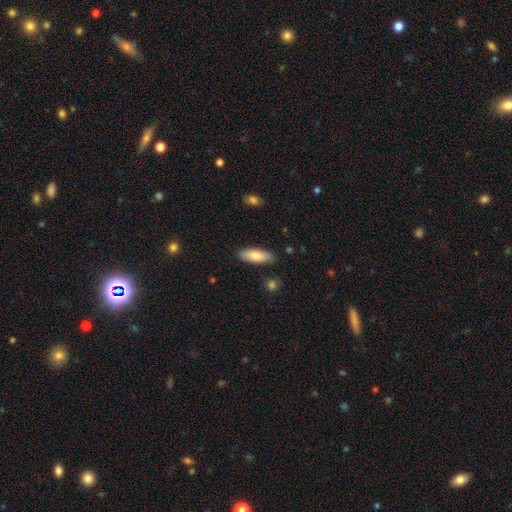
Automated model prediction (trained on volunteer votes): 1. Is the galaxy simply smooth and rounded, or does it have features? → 83% smooth, 11% featured or disk, 6% star or artifact.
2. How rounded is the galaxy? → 66% in between, 32% cigar-shaped, 2% round.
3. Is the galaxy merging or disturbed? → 84% none, 11% minor disturbance, 2% major disturbance, 2% merger.